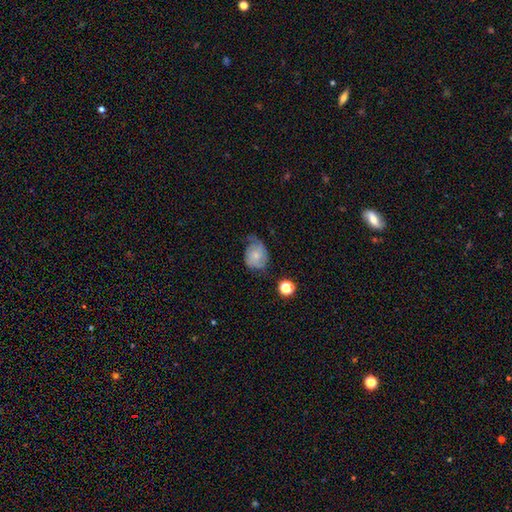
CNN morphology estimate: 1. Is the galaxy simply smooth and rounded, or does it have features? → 50% featured or disk, 41% smooth, 9% star or artifact.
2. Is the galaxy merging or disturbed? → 40% none, 35% minor disturbance, 22% major disturbance, 3% merger.